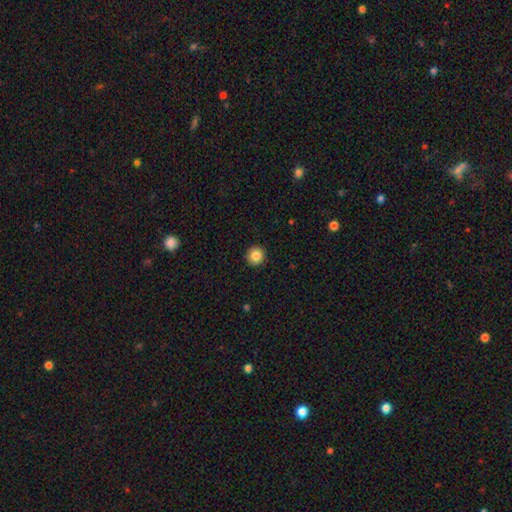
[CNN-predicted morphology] Q: Smooth or featured?
A: smooth (85%); runner-up: star or artifact (10%)
Q: How rounded?
A: round (95%); runner-up: in between (4%)
Q: Merging?
A: none (93%); runner-up: minor disturbance (5%)